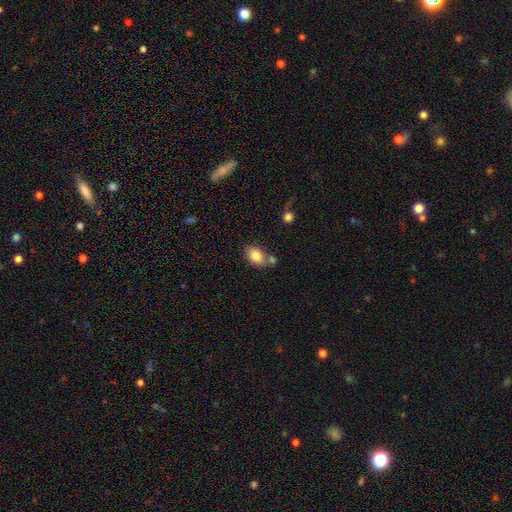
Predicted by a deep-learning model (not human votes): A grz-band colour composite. It shows a smooth galaxy with no disk features (84%) that is in between round and cigar-shaped (83%). Merging: none (59%).